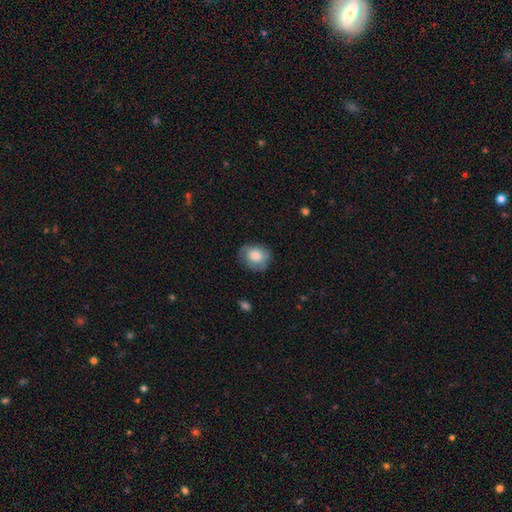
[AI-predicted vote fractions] smooth_or_featured: smooth (p=0.71) [alt: featured or disk p=0.22]
how_rounded: round (p=0.68) [alt: in between p=0.32]
merging: none (p=0.69) [alt: minor disturbance p=0.23]